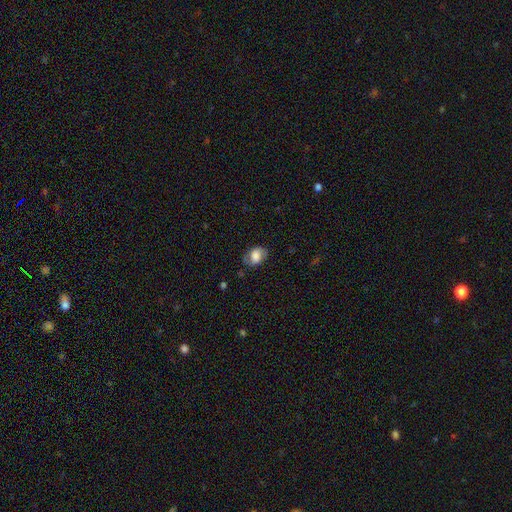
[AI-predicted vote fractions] Smooth or featured? Predicted: smooth (p=0.59). How rounded? Predicted: in between (p=0.76). Merging? Predicted: none (p=0.72).